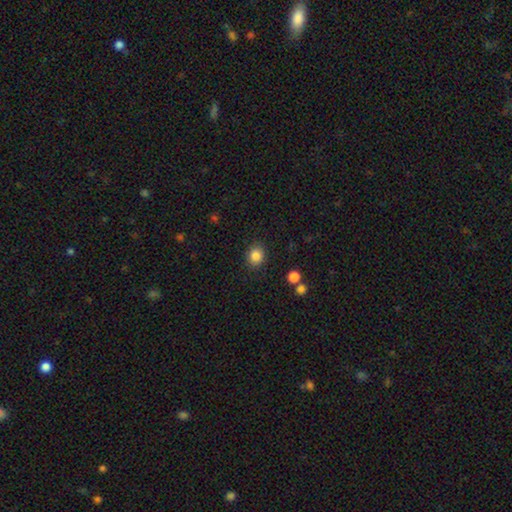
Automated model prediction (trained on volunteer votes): This is clearly a smooth galaxy (85%). How rounded: likely round (65%). Merging: clearly none (88%).